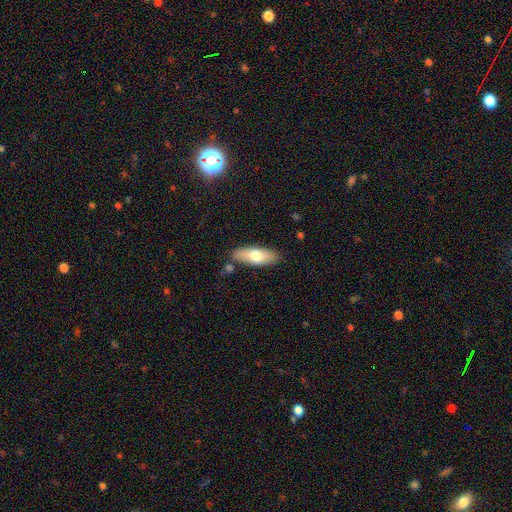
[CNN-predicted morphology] Smooth or featured?
  - smooth: 69% *
  - featured or disk: 25%
  - star or artifact: 6%
How rounded?
  - in between: 67% *
  - cigar-shaped: 31%
  - round: 2%
Merging?
  - none: 82% *
  - minor disturbance: 12%
  - merger: 4%
  - major disturbance: 2%